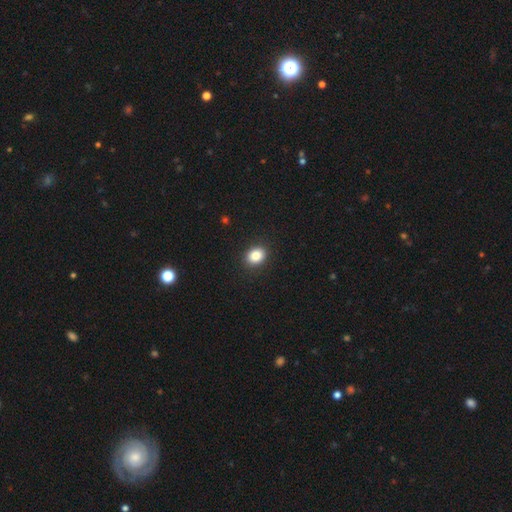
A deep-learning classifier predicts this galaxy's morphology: A smooth galaxy with no disk features (85%) that is round (50%). Merging: none (90%).